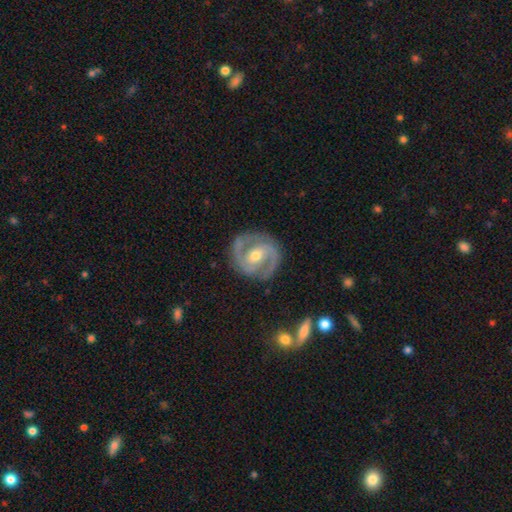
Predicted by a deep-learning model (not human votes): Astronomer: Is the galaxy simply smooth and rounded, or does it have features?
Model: featured or disk — 89%.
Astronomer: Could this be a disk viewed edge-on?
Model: no — 98%.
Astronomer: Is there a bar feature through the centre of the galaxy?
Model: weak — 44% (runner-up: no, 34%).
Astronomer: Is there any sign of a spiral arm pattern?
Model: yes — 96%.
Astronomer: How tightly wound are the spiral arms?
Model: medium — 50% (runner-up: tight, 42%).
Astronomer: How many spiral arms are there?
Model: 2 — 90%.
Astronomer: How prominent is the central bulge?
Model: moderate — 68%.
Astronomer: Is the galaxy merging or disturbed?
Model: none — 84%.